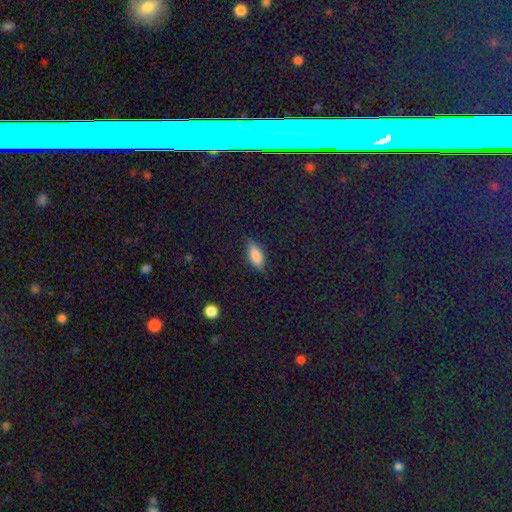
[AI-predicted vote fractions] A smooth galaxy with no disk features (76%) that is in between round and cigar-shaped (72%). Merging: none (81%).